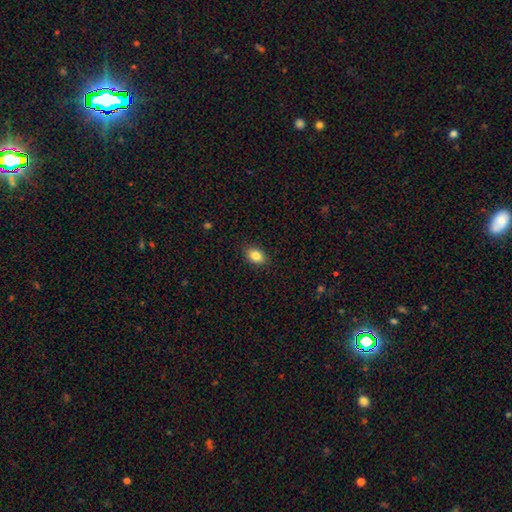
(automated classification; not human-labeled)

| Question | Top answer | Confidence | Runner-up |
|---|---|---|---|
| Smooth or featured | smooth | 84% | star or artifact (9%) |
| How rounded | in between | 83% | round (16%) |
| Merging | none | 88% | minor disturbance (8%) |